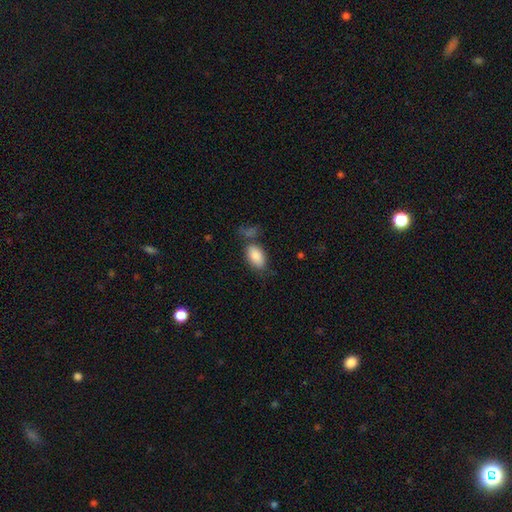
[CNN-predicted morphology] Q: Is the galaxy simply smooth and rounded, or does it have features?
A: smooth — 86%.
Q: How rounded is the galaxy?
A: in between — 93%.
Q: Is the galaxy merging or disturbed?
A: none — 61%.